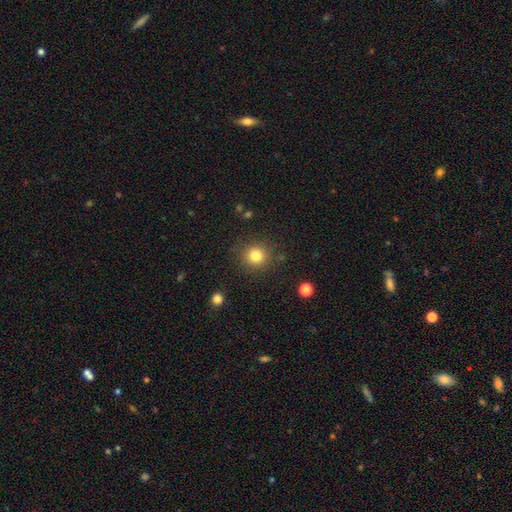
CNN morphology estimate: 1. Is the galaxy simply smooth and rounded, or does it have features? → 82% smooth, 11% star or artifact, 6% featured or disk.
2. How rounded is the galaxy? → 91% round, 8% in between, 1% cigar-shaped.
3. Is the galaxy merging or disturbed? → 87% none, 8% minor disturbance, 3% major disturbance, 2% merger.